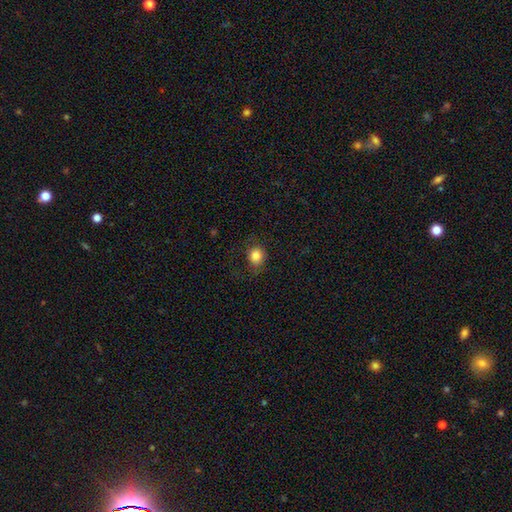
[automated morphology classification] This is clearly a smooth galaxy (84%). How rounded: likely round (73%). Merging: likely none (74%).